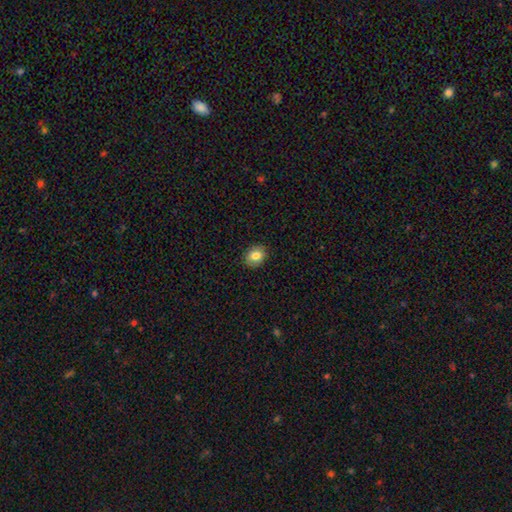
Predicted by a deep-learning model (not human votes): Smooth or featured? Predicted: smooth (p=0.82). How rounded? Predicted: round (p=0.50). Merging? Predicted: none (p=0.88).